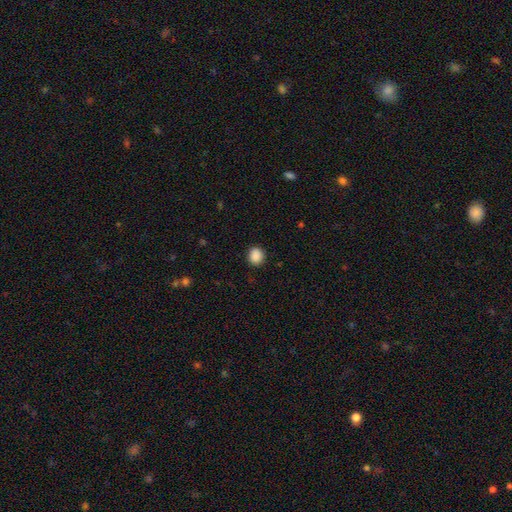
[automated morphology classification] This appears to be a smooth galaxy with no disk features (89%) that is round (80%). Merging: none (89%).